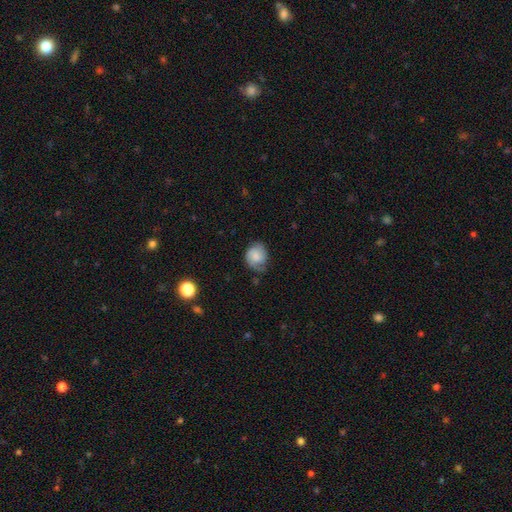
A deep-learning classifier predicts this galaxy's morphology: A smooth galaxy with no disk features (57%) that is round (66%). Merging: none (57%).